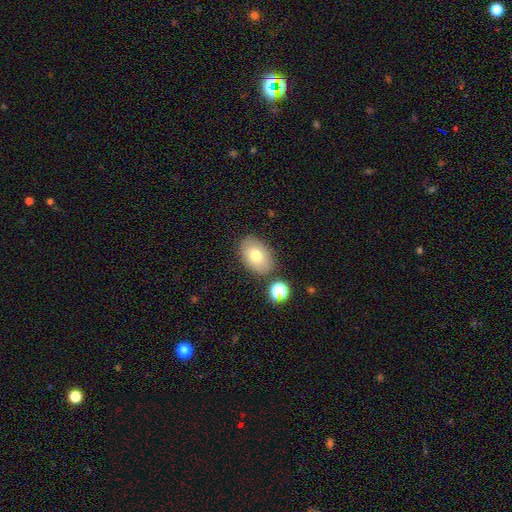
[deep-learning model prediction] smooth-or-featured: smooth: 76% | featured or disk: 15% | star or artifact: 10%
  how-rounded: in between: 85% | round: 14% | cigar-shaped: 1%
  merging: none: 80% | minor disturbance: 11% | merger: 5% | major disturbance: 3%